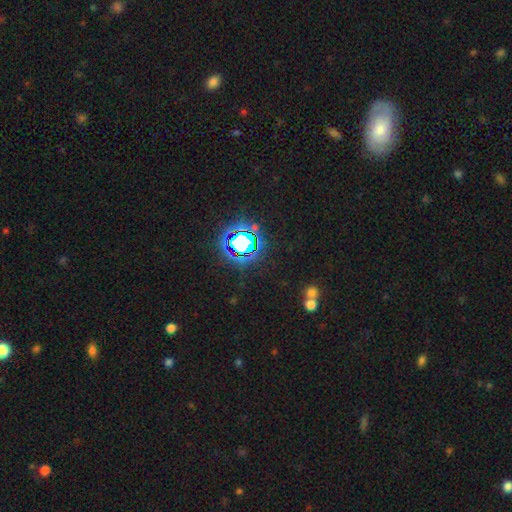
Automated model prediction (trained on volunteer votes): This is likely a star or artifact rather than a galaxy (74%).